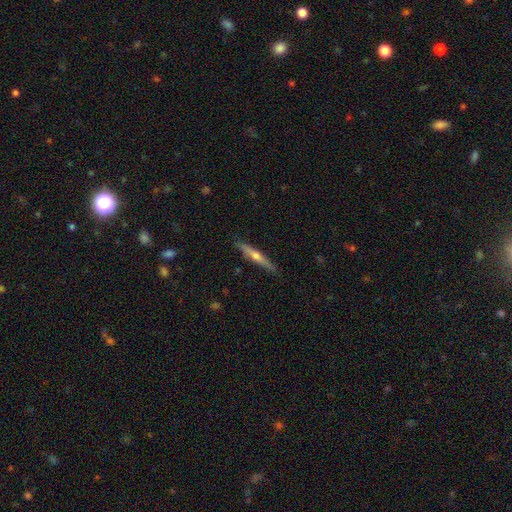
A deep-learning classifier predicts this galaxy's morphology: Smooth or featured: featured or disk — 64% (smooth — 30%)
Edge-on disk: yes — 97% (no — 3%)
Edge-on bulge: rounded — 86% (none — 10%)
Merging: none — 89% (minor disturbance — 9%)